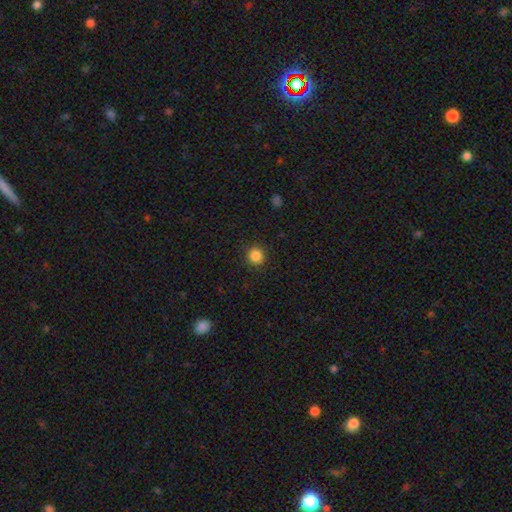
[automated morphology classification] smooth 85%, star or artifact 11%, featured or disk 4%. Down the decision tree: how rounded — round (94%); merging — none (91%).